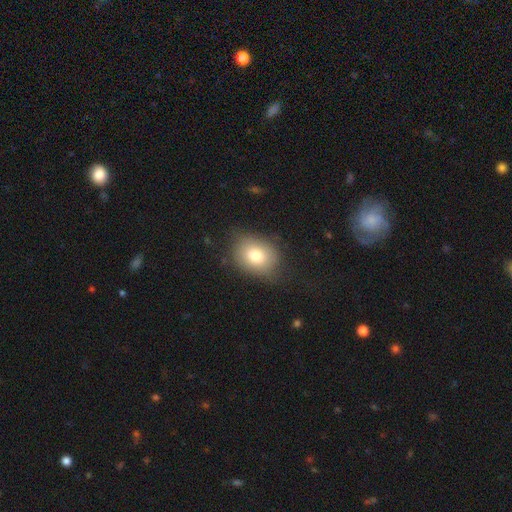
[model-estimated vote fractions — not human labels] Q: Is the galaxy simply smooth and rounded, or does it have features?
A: smooth — 77%.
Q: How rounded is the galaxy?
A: in between — 55%.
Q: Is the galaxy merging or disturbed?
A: none — 73%.